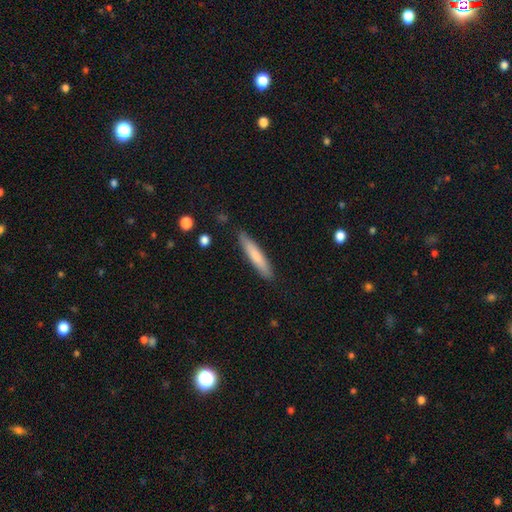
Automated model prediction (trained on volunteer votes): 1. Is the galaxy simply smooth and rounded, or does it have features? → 75% smooth, 20% featured or disk, 6% star or artifact.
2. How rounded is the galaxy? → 90% cigar-shaped, 9% in between, 1% round.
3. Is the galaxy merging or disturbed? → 88% none, 9% minor disturbance, 2% major disturbance, 1% merger.